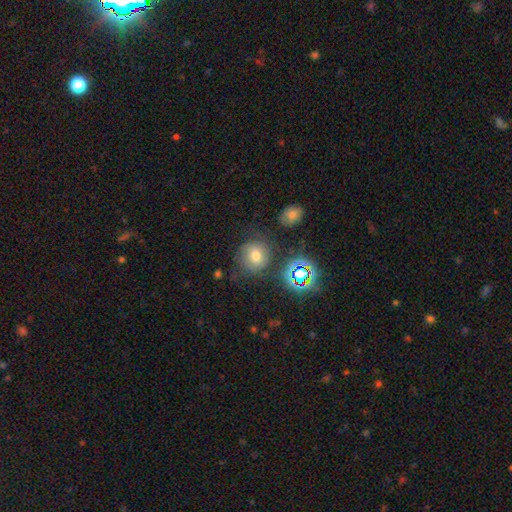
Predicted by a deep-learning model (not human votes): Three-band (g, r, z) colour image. It shows a smooth galaxy with no disk features (62%) that is round (83%). Merging: none (69%).